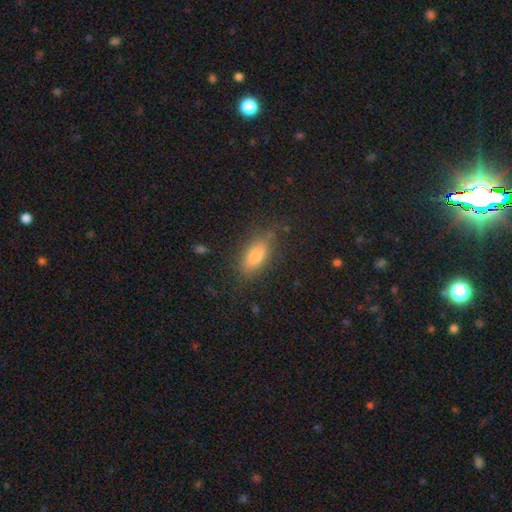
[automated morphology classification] Q: Smooth or featured?
A: smooth (78%); runner-up: featured or disk (13%)
Q: How rounded?
A: in between (80%); runner-up: cigar-shaped (16%)
Q: Merging?
A: none (79%); runner-up: minor disturbance (15%)